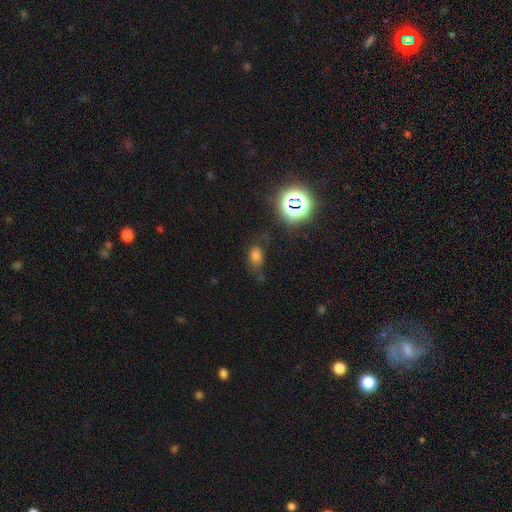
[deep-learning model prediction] Q: Smooth or featured?
A: smooth (63%); runner-up: star or artifact (26%)
Q: How rounded?
A: in between (78%); runner-up: round (20%)
Q: Merging?
A: none (53%); runner-up: minor disturbance (27%)